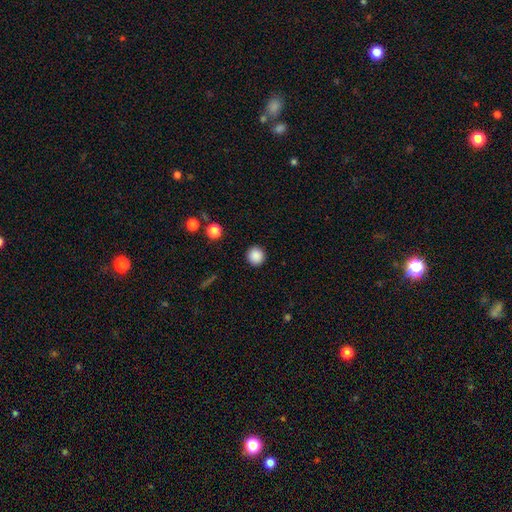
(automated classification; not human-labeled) smooth-or-featured: smooth: 88% | star or artifact: 9% | featured or disk: 3%
  how-rounded: round: 94% | in between: 5% | cigar-shaped: 1%
  merging: none: 92% | minor disturbance: 5% | major disturbance: 2% | merger: 1%